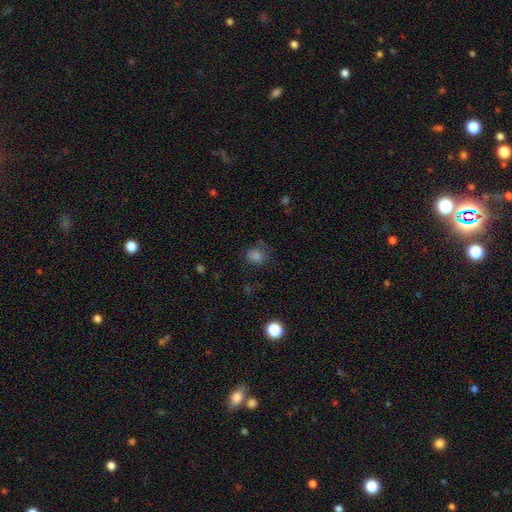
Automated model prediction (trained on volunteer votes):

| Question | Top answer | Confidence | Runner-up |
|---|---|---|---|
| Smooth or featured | smooth | 76% | star or artifact (18%) |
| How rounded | round | 72% | in between (26%) |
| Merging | none | 72% | minor disturbance (18%) |